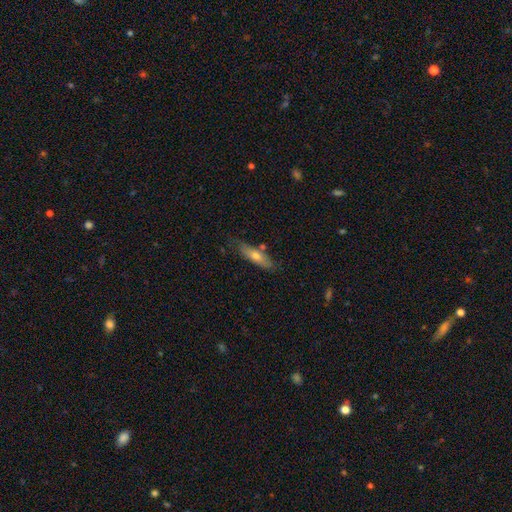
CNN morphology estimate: The model was most divided on "how rounded": cigar-shaped: 61%, in between: 37%, round: 2%. More confident: merging — none (71%); smooth or featured — smooth (60%).